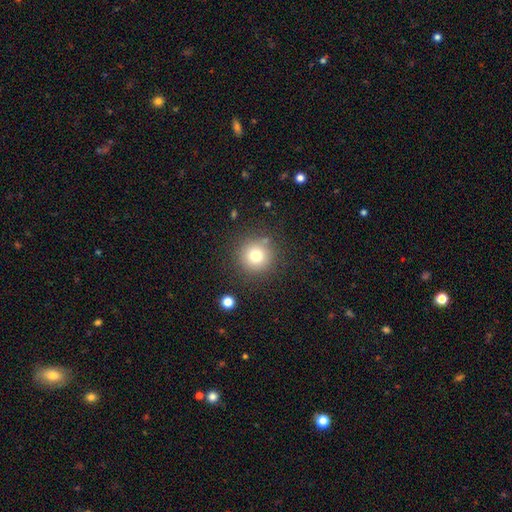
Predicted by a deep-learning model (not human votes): Smooth or featured?
  - smooth: 76% *
  - star or artifact: 14%
  - featured or disk: 10%
How rounded?
  - round: 95% *
  - in between: 4%
  - cigar-shaped: 1%
Merging?
  - none: 86% *
  - minor disturbance: 8%
  - major disturbance: 3%
  - merger: 3%